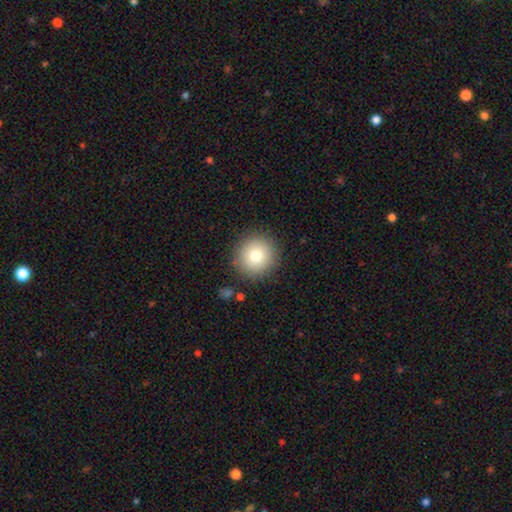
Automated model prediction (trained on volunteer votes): Smooth or featured: smooth — 78% (featured or disk — 11%)
How rounded: round — 94% (in between — 5%)
Merging: none — 89% (minor disturbance — 7%)